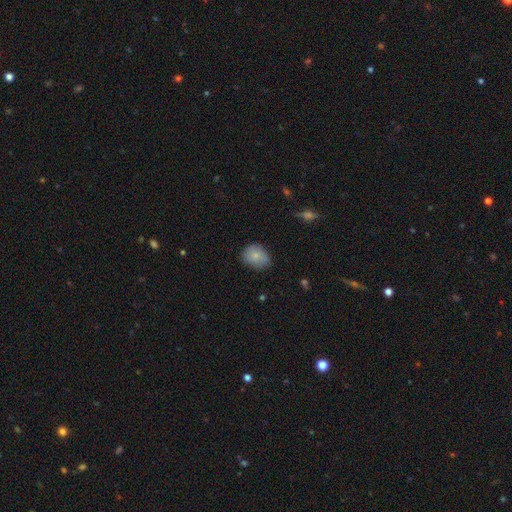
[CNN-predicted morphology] smooth 81%, featured or disk 11%, star or artifact 8%. Down the decision tree: how rounded — in between (56%); merging — none (67%).